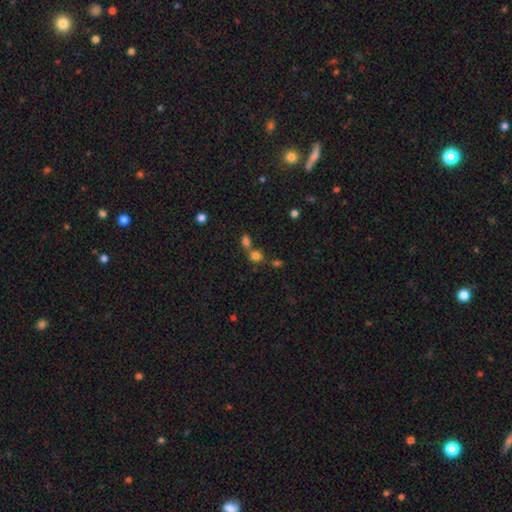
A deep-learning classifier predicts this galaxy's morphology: Overall: smooth (76%). How rounded: round (69%; in between 29%). Merging: none (46%; merger 43%).